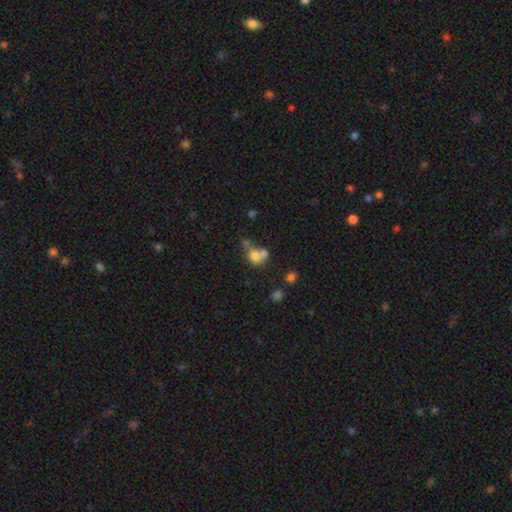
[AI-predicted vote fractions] A smooth galaxy with no disk features (71%) that is round (53%). Merging: merger (53%).